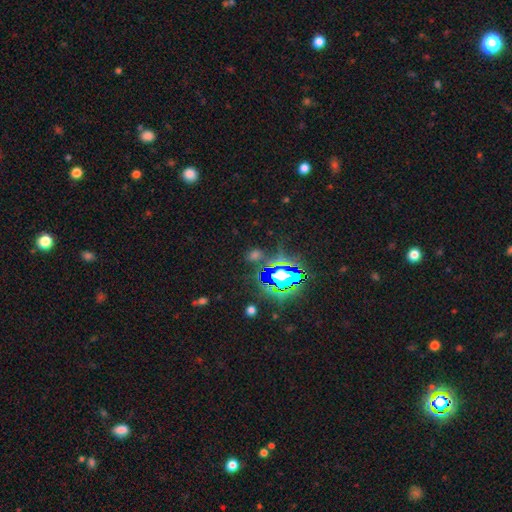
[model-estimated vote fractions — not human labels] Q: Smooth or featured?
A: star or artifact (65%); runner-up: smooth (25%)